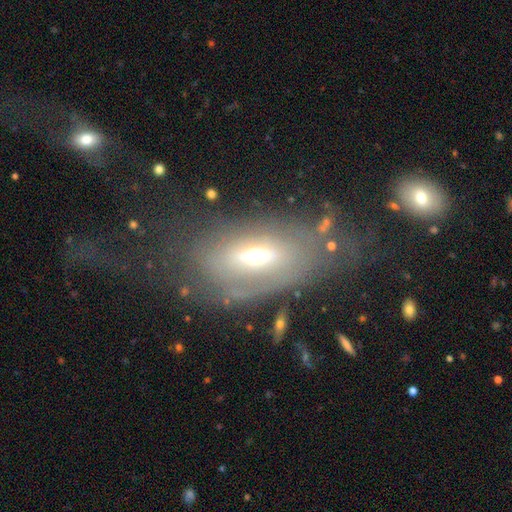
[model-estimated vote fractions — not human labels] This is possibly a featured or disk galaxy (49%). Merging: possibly none (47%).